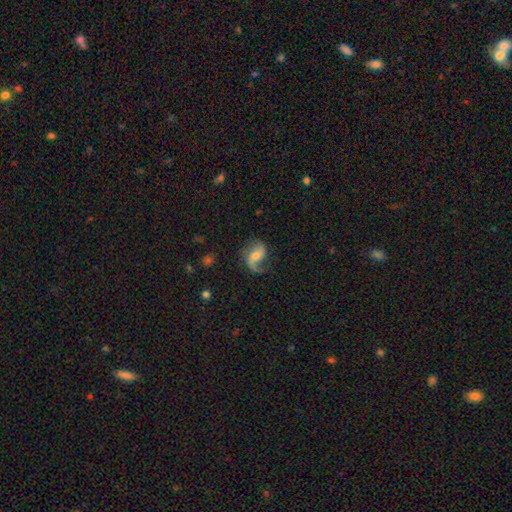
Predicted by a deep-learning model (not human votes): The model was most divided on "bar": weak: 42%, no: 40%, strong: 19%. Remaining: edge-on disk — no (97%); spiral arms — yes (95%); smooth or featured — featured or disk (80%); spiral arm count — 2 (67%); spiral winding — loose (65%); merging — none (59%); bulge size — moderate (49%).